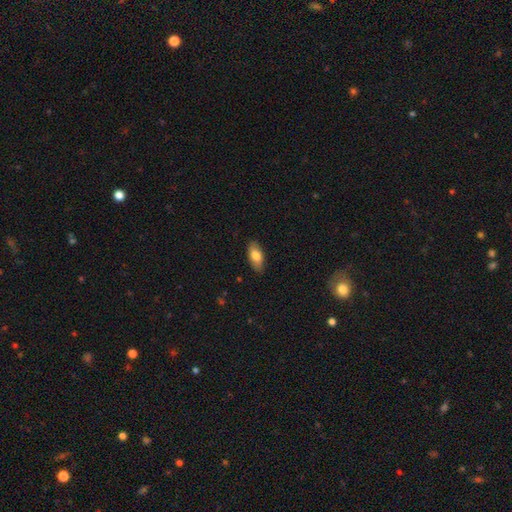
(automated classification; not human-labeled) smooth 80%, featured or disk 14%, star or artifact 6%. Down the decision tree: how rounded — in between (89%); merging — none (87%).